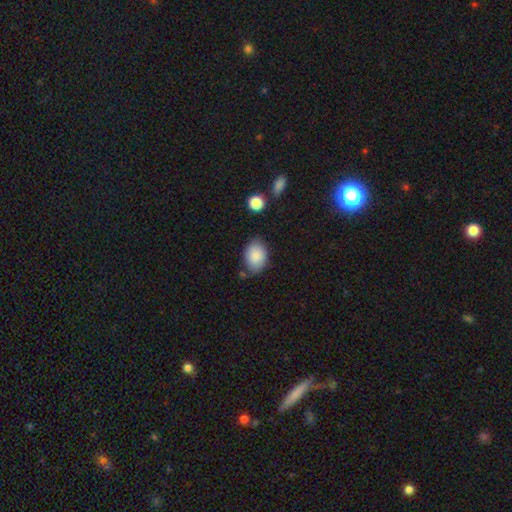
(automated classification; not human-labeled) Smooth or featured? Predicted: smooth (p=0.87). How rounded? Predicted: in between (p=0.80). Merging? Predicted: none (p=0.69).